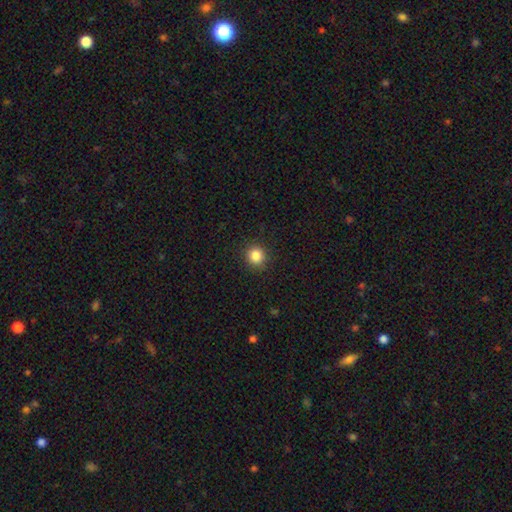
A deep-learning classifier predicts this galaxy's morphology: This appears to be a smooth galaxy with no disk features (84%) that is round (93%). Merging: none (91%).